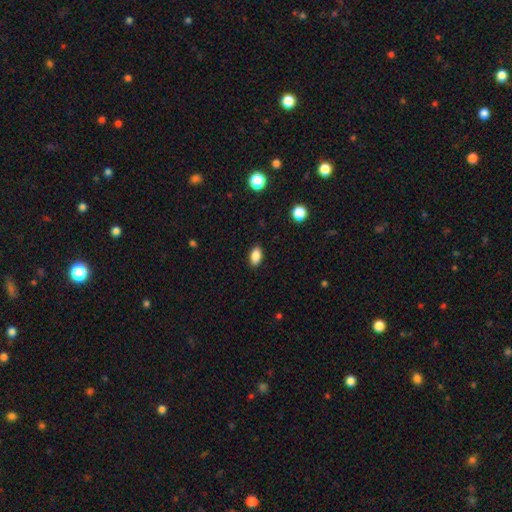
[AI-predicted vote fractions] Overall: smooth (87%). How rounded: in between (90%). Merging: none (88%).